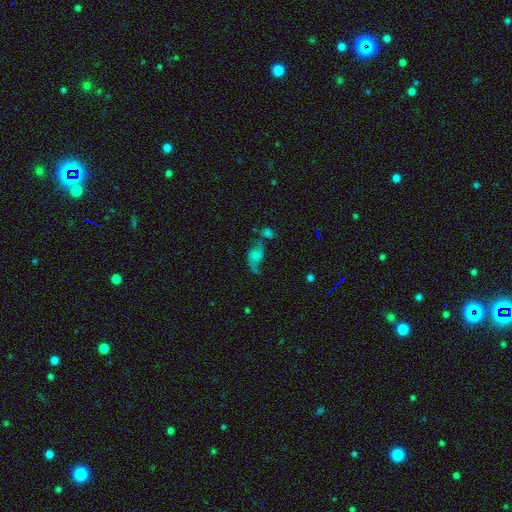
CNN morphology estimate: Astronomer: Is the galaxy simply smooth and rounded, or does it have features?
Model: featured or disk — 54% (runner-up: smooth, 32%).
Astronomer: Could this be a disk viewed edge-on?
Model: no — 96%.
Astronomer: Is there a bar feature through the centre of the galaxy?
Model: no — 70%.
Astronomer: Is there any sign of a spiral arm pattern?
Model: yes — 82%.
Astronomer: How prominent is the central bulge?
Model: none — 67%.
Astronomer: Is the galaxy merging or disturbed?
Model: none — 37% (runner-up: major disturbance, 22%).